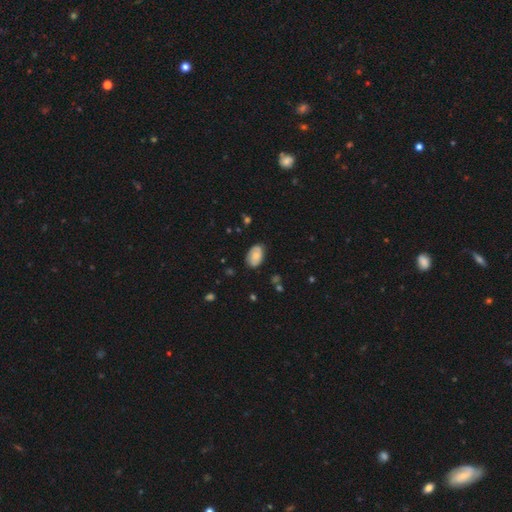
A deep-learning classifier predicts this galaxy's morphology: Q: Smooth or featured?
A: smooth (70%); runner-up: featured or disk (23%)
Q: How rounded?
A: in between (92%); runner-up: round (7%)
Q: Merging?
A: none (78%); runner-up: minor disturbance (17%)